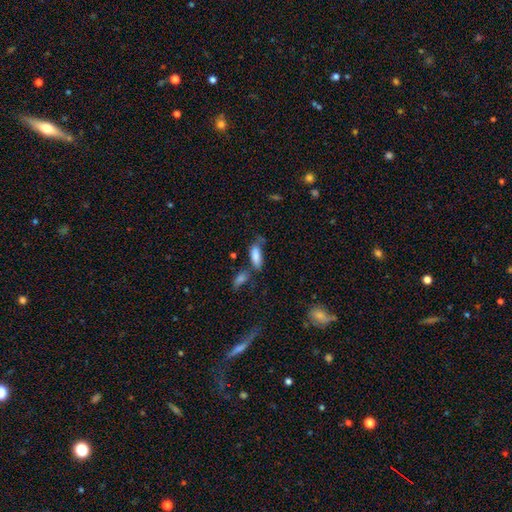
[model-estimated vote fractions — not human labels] Smooth or featured: smooth — 82% (featured or disk — 9%)
How rounded: in between — 71% (cigar-shaped — 27%)
Merging: none — 43% (minor disturbance — 25%)